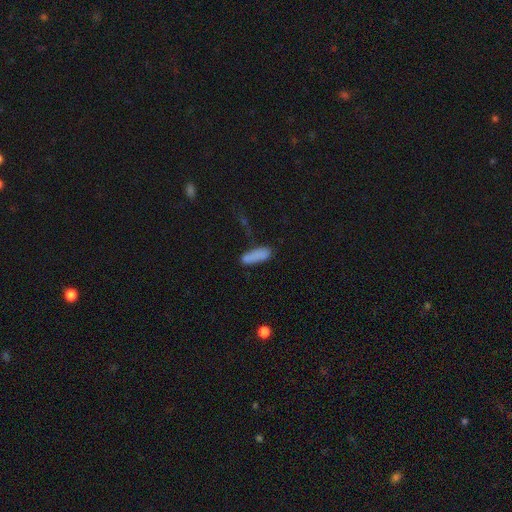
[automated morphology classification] Smooth or featured? Predicted: smooth (p=0.83). How rounded? Predicted: in between (p=0.51). Merging? Predicted: none (p=0.60).